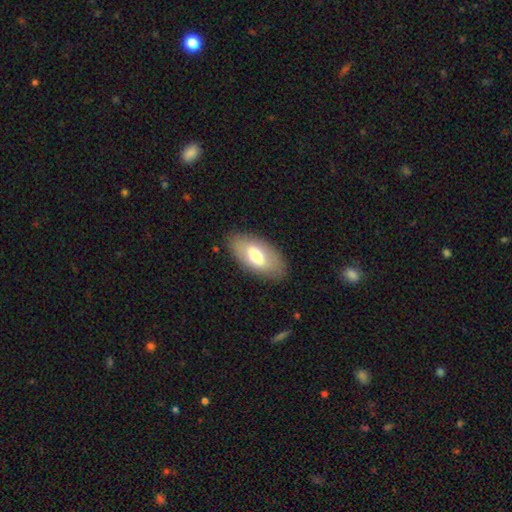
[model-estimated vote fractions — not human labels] A smooth galaxy with no disk features (65%) that is in between round and cigar-shaped (92%). Merging: none (84%).